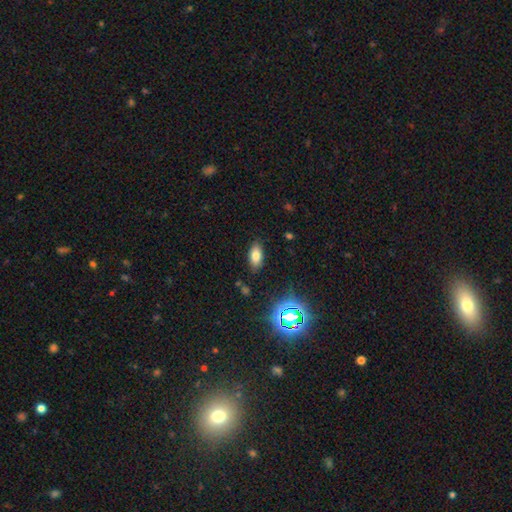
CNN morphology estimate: Smooth or featured: smooth — 75% (star or artifact — 14%)
How rounded: in between — 89% (cigar-shaped — 6%)
Merging: none — 85% (minor disturbance — 10%)